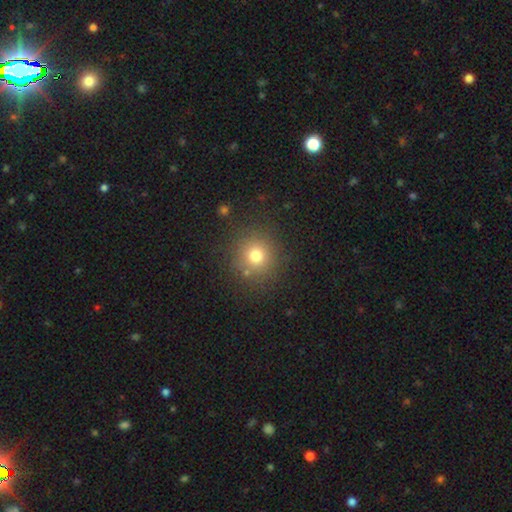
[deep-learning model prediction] Q: Smooth or featured?
A: smooth (76%); runner-up: star or artifact (15%)
Q: How rounded?
A: round (91%); runner-up: in between (8%)
Q: Merging?
A: none (84%); runner-up: minor disturbance (9%)